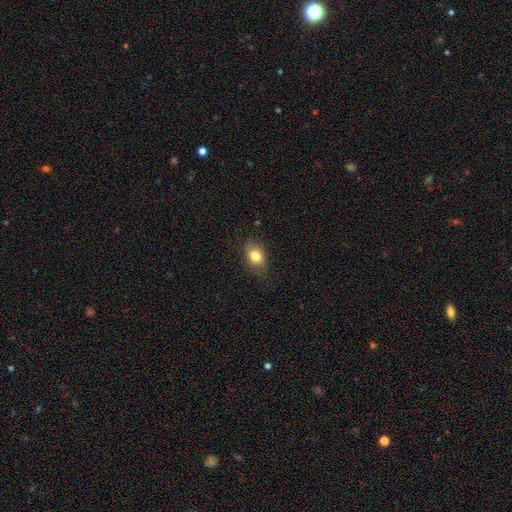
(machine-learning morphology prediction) Overall: smooth (80%). How rounded: in between (79%). Merging: none (79%).